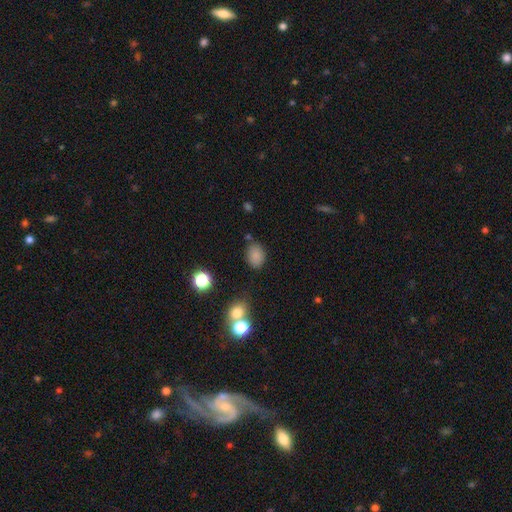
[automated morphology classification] A smooth galaxy with no disk features (82%) that is in between round and cigar-shaped (68%).

Vote fractions:
- Smooth or featured? smooth: 82% / star or artifact: 12% / featured or disk: 5%
- How rounded? in between: 68% / round: 30% / cigar-shaped: 1%
- Merging? none: 73% / minor disturbance: 16% / merger: 7% / major disturbance: 4%